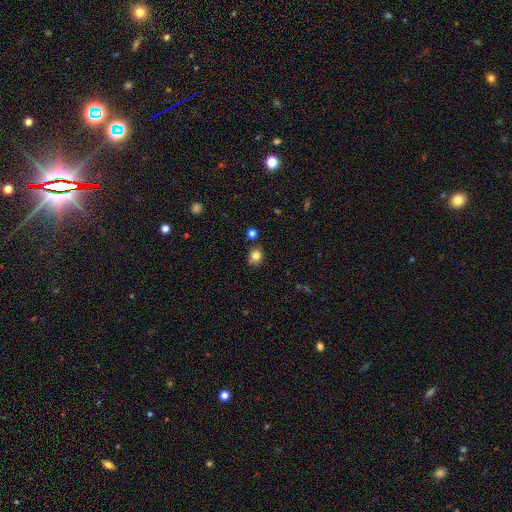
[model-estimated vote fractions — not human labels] smooth 80%, star or artifact 12%, featured or disk 8%. Down the decision tree: how rounded — round (65%); merging — none (77%).